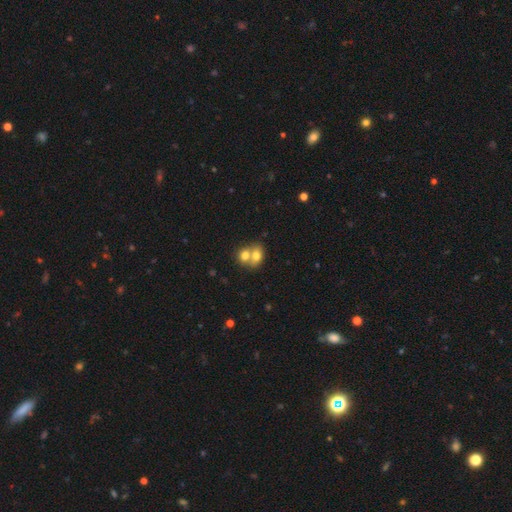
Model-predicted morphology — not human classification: smooth 72%, featured or disk 19%, star or artifact 9%. Down the decision tree: how rounded — in between (54%); merging — merger (70%).